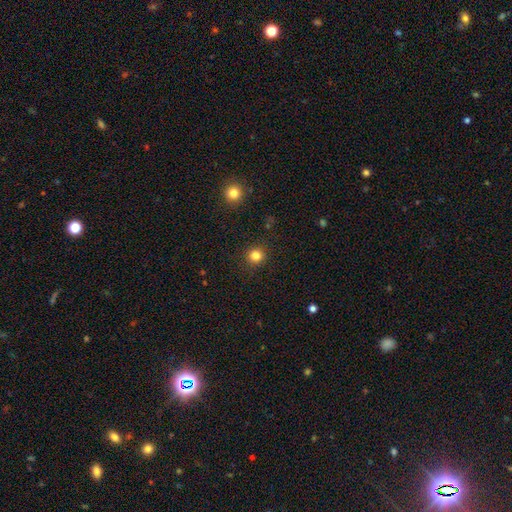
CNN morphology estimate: smooth-or-featured: smooth: 82% | star or artifact: 13% | featured or disk: 5%
  how-rounded: round: 92% | in between: 7% | cigar-shaped: 1%
  merging: none: 91% | minor disturbance: 6% | major disturbance: 2% | merger: 1%